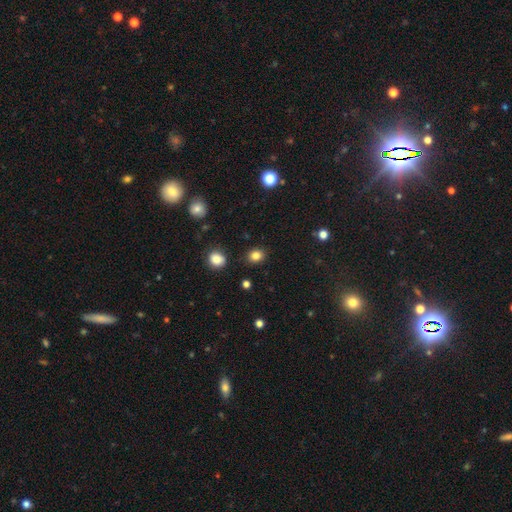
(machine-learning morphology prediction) Overall: smooth (83%). How rounded: round (62%; in between 37%). Merging: none (88%).